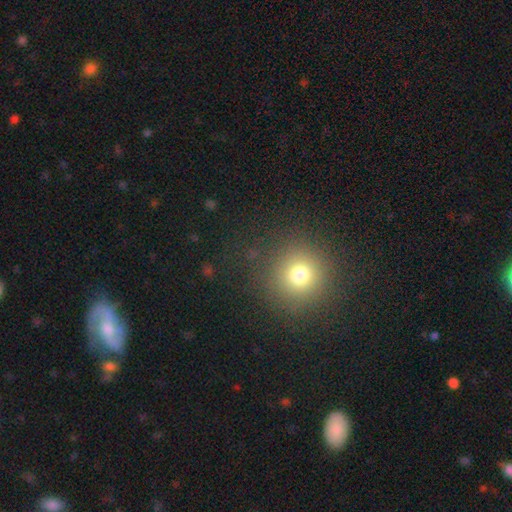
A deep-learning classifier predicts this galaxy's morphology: Smooth or featured: smooth — 61% (star or artifact — 29%)
How rounded: round — 94% (in between — 5%)
Merging: none — 89% (minor disturbance — 7%)